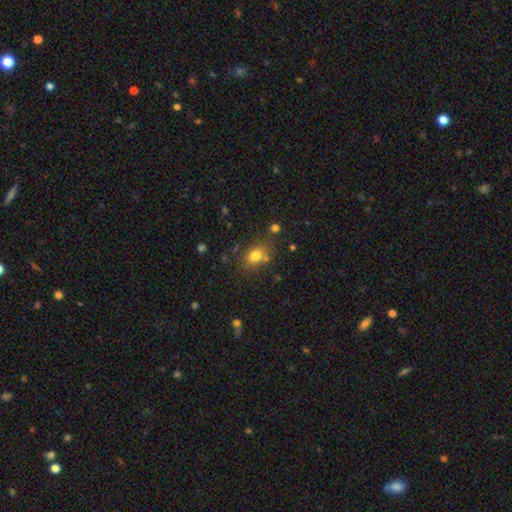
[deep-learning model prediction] This is likely a smooth galaxy (77%). How rounded: likely in between (65%). Merging: likely none (71%).